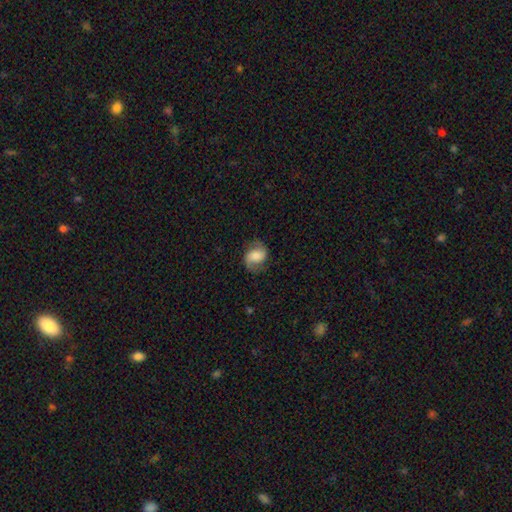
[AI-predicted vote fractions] Smooth or featured? Predicted: featured or disk (p=0.67). Edge-on disk? Predicted: no (p=0.98). Bar? Predicted: no (p=0.52). Spiral arms? Predicted: yes (p=0.94). Spiral winding? Predicted: medium (p=0.46). Spiral arm count? Predicted: 2 (p=0.91). Bulge size? Predicted: large (p=0.30). Merging? Predicted: none (p=0.77).